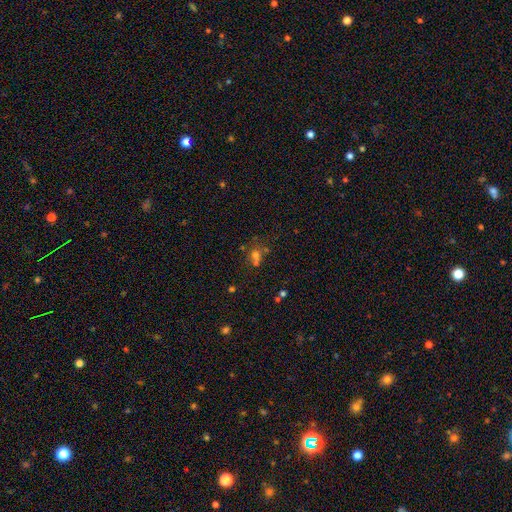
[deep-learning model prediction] Smooth or featured? Predicted: smooth (p=0.48). Merging? Predicted: none (p=0.44).